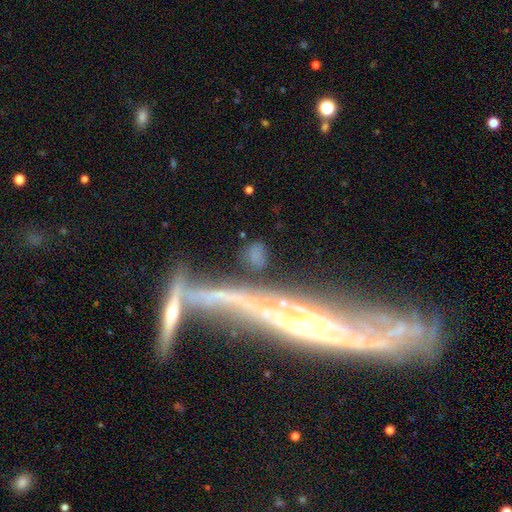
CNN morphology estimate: Smooth or featured? smooth (58%)
How rounded? in between (55%)
Merging? none (65%)